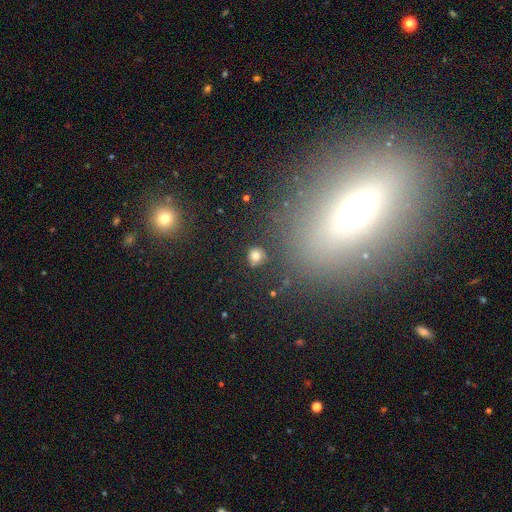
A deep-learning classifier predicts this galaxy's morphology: Overall: smooth (76%). How rounded: round (80%). Merging: none (79%).